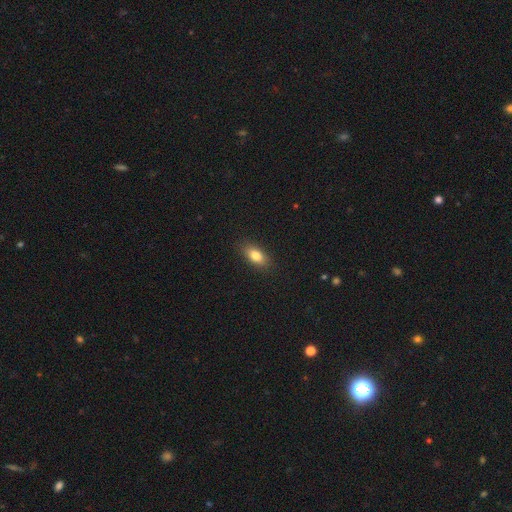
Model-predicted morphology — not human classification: smooth_or_featured: smooth (p=0.80) [alt: featured or disk p=0.11]
how_rounded: in between (p=0.85) [alt: cigar-shaped p=0.08]
merging: none (p=0.87) [alt: minor disturbance p=0.10]